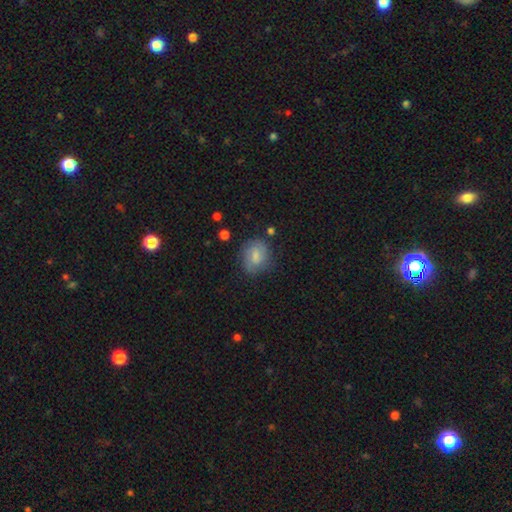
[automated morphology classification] Smooth or featured? Predicted: smooth (p=0.67). How rounded? Predicted: in between (p=0.51). Merging? Predicted: none (p=0.69).